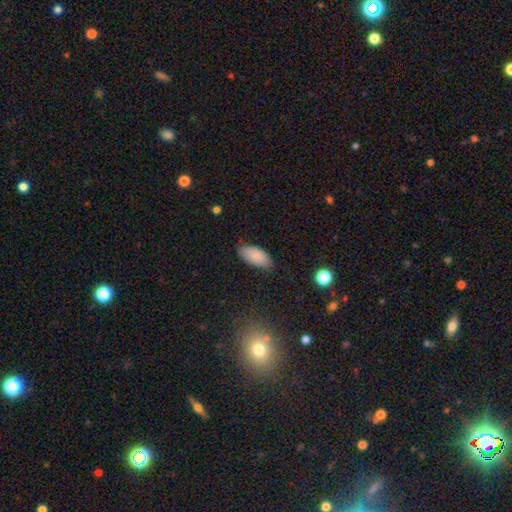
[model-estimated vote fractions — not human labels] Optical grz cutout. It shows a smooth galaxy with no disk features (85%) that is in between round and cigar-shaped (92%). Merging: none (78%).